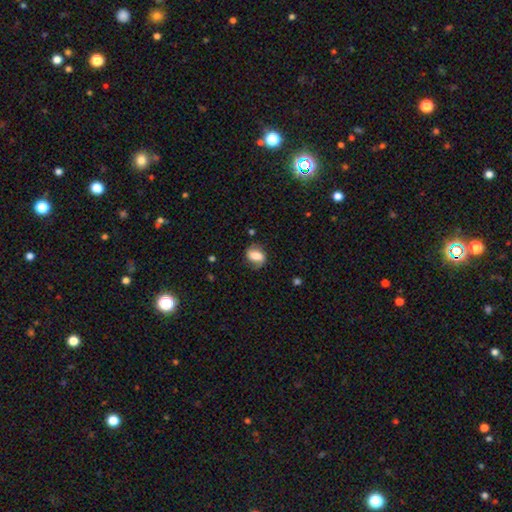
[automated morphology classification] Smooth or featured: smooth — 59% (featured or disk — 33%)
How rounded: in between — 69% (round — 27%)
Merging: none — 72% (minor disturbance — 19%)